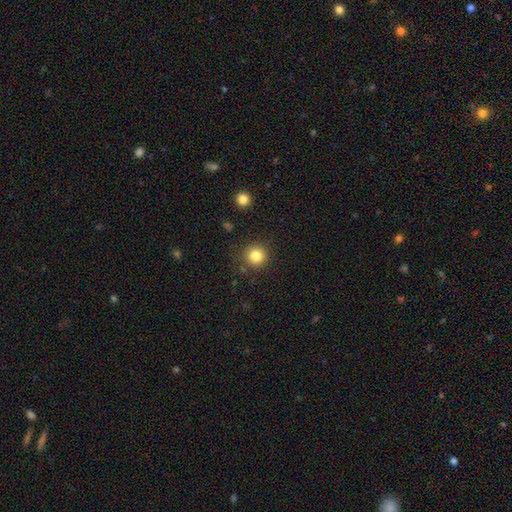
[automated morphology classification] smooth-or-featured: smooth: 82% | star or artifact: 12% | featured or disk: 6%
  how-rounded: round: 94% | in between: 5% | cigar-shaped: 1%
  merging: none: 86% | minor disturbance: 9% | major disturbance: 3% | merger: 3%